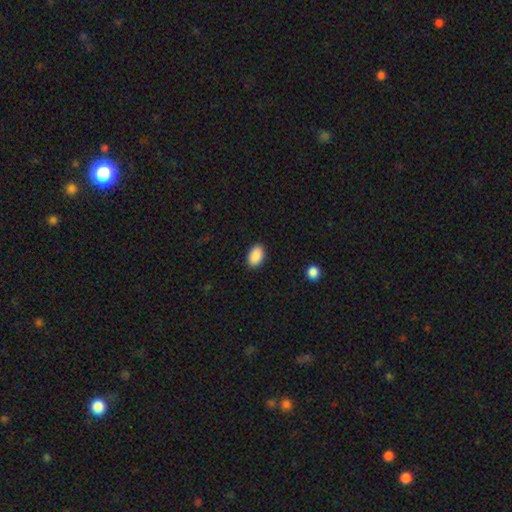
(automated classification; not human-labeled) Q: Smooth or featured?
A: smooth (91%); runner-up: star or artifact (7%)
Q: How rounded?
A: in between (91%); runner-up: round (8%)
Q: Merging?
A: none (89%); runner-up: minor disturbance (8%)